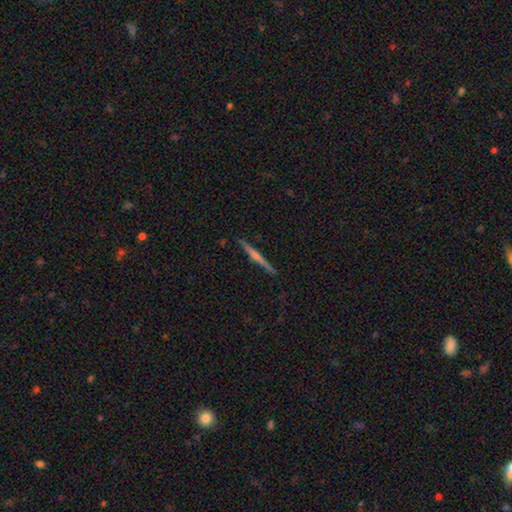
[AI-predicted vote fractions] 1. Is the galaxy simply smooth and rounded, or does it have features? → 77% featured or disk, 16% smooth, 7% star or artifact.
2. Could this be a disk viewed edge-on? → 98% yes, 2% no.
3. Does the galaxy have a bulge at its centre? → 70% rounded, 21% none, 9% boxy.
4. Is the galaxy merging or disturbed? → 92% none, 6% minor disturbance, 1% major disturbance, 1% merger.